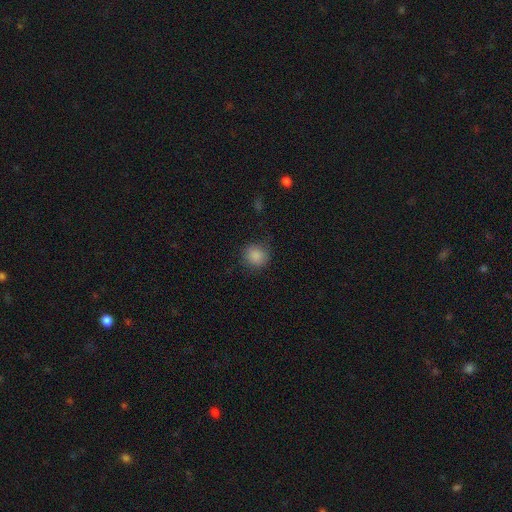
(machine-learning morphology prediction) A smooth galaxy with no disk features (86%) that is round (88%). Merging: none (83%).